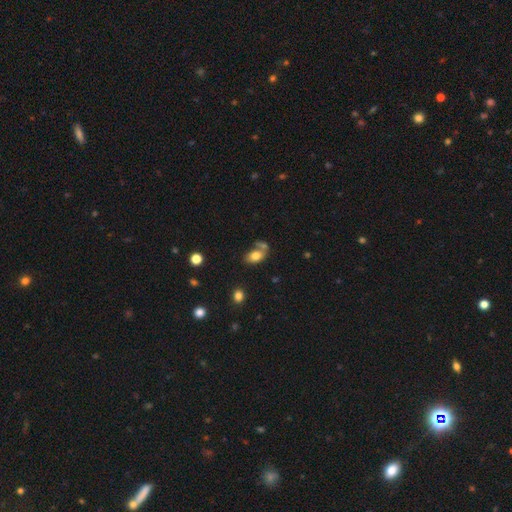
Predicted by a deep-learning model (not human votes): Morphology: type=smooth (76%); roundness=in between (84%); merging=none (42%).